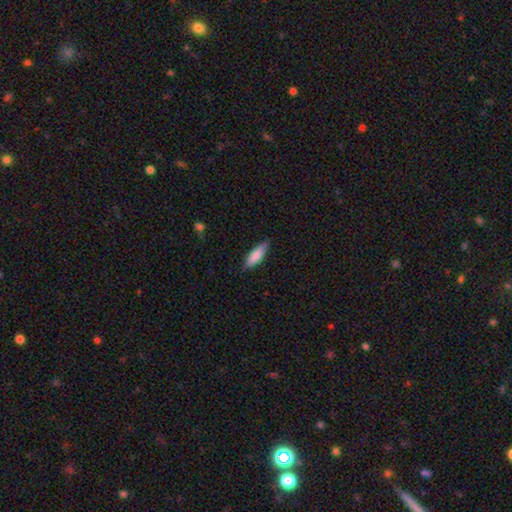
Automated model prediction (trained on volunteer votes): Smooth or featured? Predicted: smooth (p=0.79). How rounded? Predicted: cigar-shaped (p=0.50). Merging? Predicted: none (p=0.83).